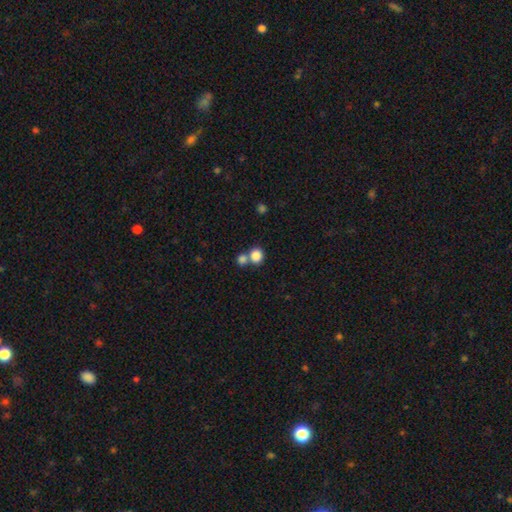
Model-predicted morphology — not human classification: smooth_or_featured: smooth (p=0.84) [alt: star or artifact p=0.10]
how_rounded: round (p=0.80) [alt: in between p=0.19]
merging: none (p=0.51) [alt: merger p=0.39]